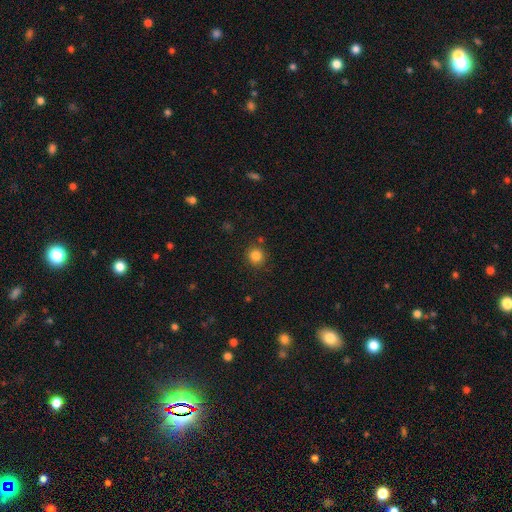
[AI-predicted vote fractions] smooth-or-featured: smooth: 84% | star or artifact: 12% | featured or disk: 4%
  how-rounded: round: 92% | in between: 7% | cigar-shaped: 1%
  merging: none: 84% | minor disturbance: 9% | merger: 4% | major disturbance: 3%